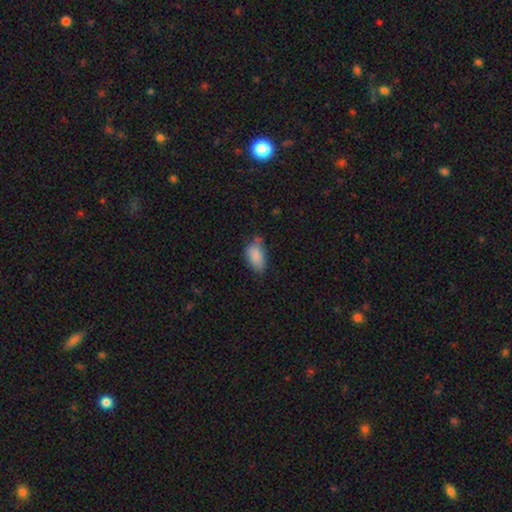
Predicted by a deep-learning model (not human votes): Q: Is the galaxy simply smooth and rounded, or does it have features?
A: smooth — 86%.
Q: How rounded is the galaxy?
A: in between — 92%.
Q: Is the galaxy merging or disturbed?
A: none — 54%.